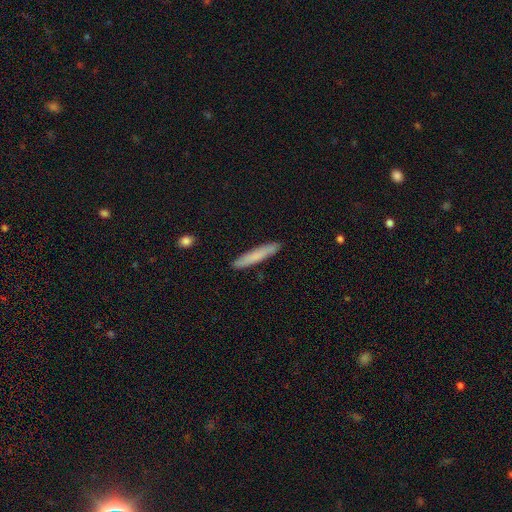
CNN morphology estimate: smooth 76%, featured or disk 18%, star or artifact 6%. Down the decision tree: how rounded — cigar-shaped (94%); merging — none (90%).